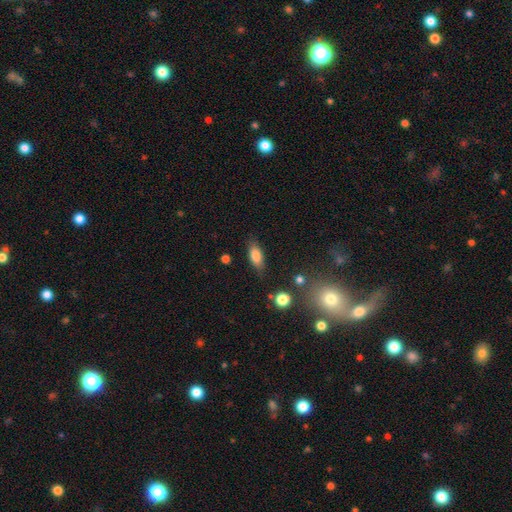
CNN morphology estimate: Smooth or featured? Predicted: smooth (p=0.80). How rounded? Predicted: in between (p=0.81). Merging? Predicted: none (p=0.79).